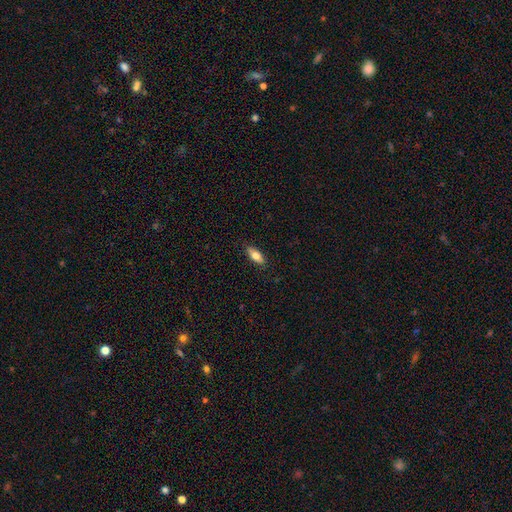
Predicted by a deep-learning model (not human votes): This appears to be a smooth galaxy with no disk features (76%) that is in between round and cigar-shaped (78%). Merging: none (87%).